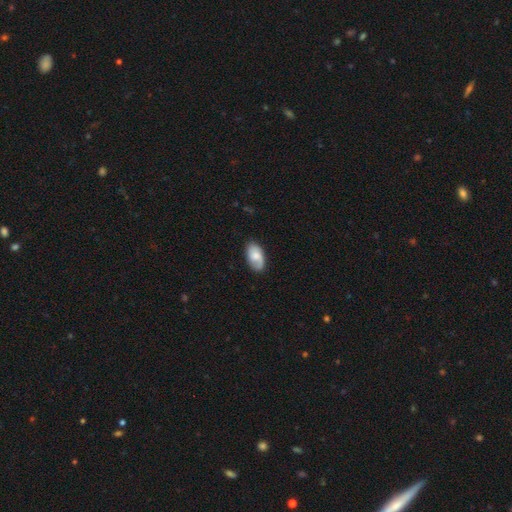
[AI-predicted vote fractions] A smooth galaxy with no disk features (58%) that is in between round and cigar-shaped (93%).

Vote fractions:
- Smooth or featured? smooth: 58% / featured or disk: 36% / star or artifact: 7%
- How rounded? in between: 93% / round: 5% / cigar-shaped: 2%
- Merging? none: 74% / minor disturbance: 19% / major disturbance: 5% / merger: 1%